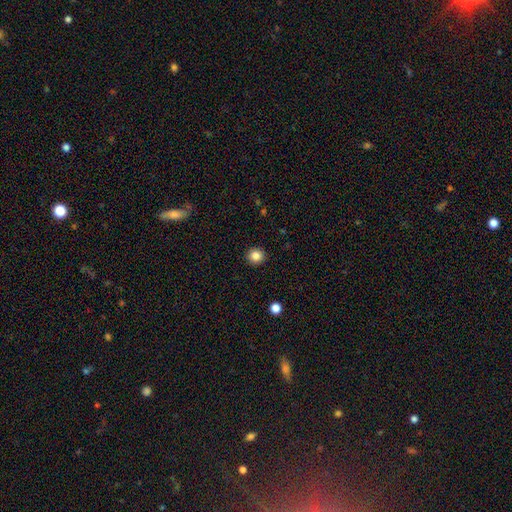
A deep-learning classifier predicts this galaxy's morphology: Smooth or featured? smooth (84%)
How rounded? round (92%)
Merging? none (93%)